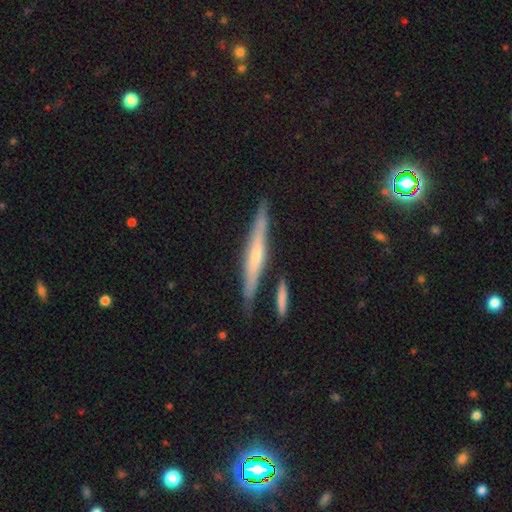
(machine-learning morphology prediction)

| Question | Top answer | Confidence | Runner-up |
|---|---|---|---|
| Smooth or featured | featured or disk | 66% | smooth (27%) |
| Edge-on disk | yes | 96% | no (4%) |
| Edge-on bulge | rounded | 58% | none (31%) |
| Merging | none | 83% | minor disturbance (10%) |